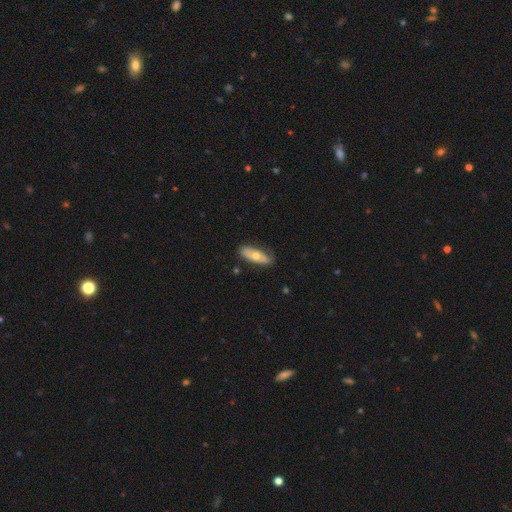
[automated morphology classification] Smooth or featured? Predicted: smooth (p=0.57). How rounded? Predicted: in between (p=0.66). Merging? Predicted: none (p=0.73).